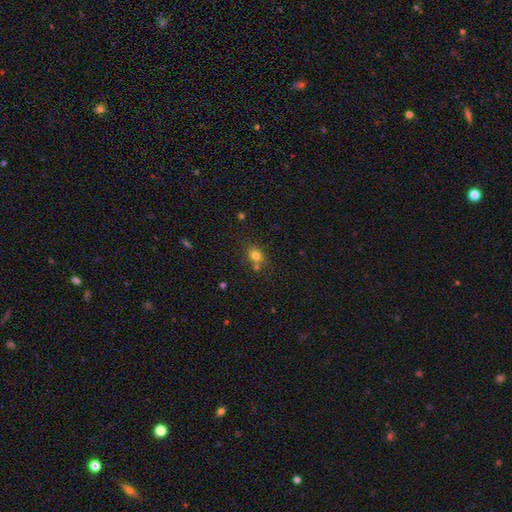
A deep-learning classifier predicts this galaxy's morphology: smooth_or_featured: smooth (p=0.77) [alt: star or artifact p=0.14]
how_rounded: round (p=0.60) [alt: in between p=0.39]
merging: none (p=0.63) [alt: merger p=0.19]